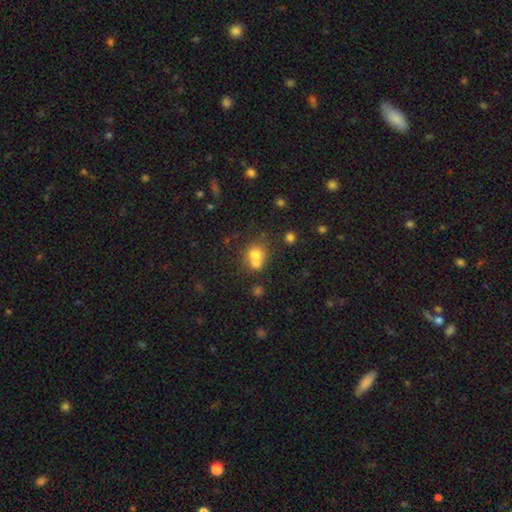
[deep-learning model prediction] Overall: smooth (69%). How rounded: round (75%). Merging: merger (54%; none 34%).